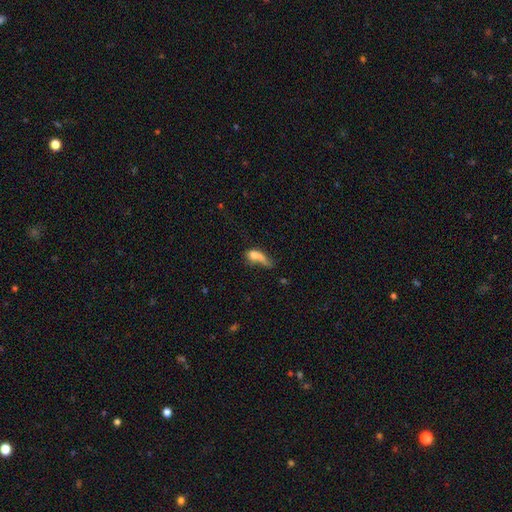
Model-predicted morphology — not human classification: A smooth galaxy with no disk features (62%) that is in between round and cigar-shaped (59%).

Vote fractions:
- Smooth or featured? smooth: 62% / featured or disk: 27% / star or artifact: 12%
- How rounded? in between: 59% / cigar-shaped: 26% / round: 14%
- Merging? major disturbance: 37% / merger: 27% / none: 19% / minor disturbance: 17%